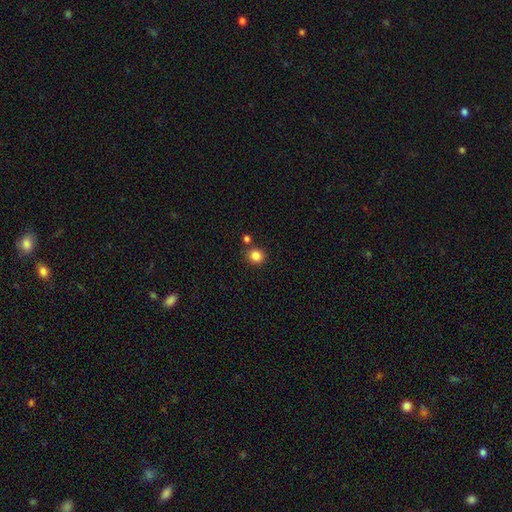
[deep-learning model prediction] A smooth galaxy with no disk features (85%) that is round (84%).

Vote fractions:
- Smooth or featured? smooth: 85% / star or artifact: 11% / featured or disk: 4%
- How rounded? round: 84% / in between: 16% / cigar-shaped: 1%
- Merging? none: 79% / merger: 10% / minor disturbance: 9% / major disturbance: 3%